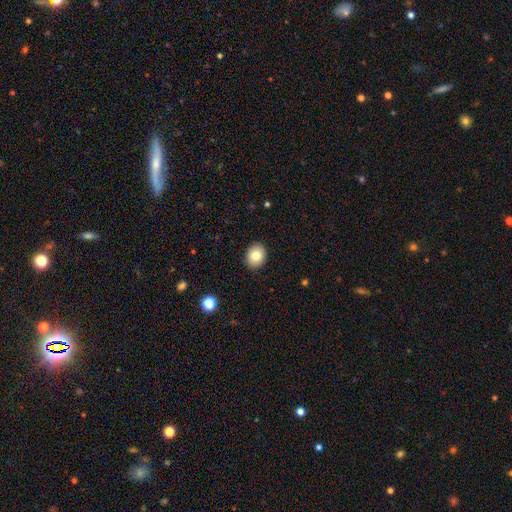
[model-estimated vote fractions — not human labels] Smooth or featured? smooth (82%)
How rounded? round (52%)
Merging? none (90%)